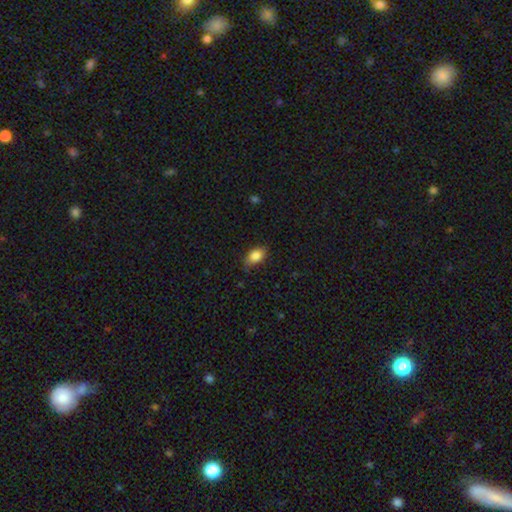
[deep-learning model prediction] This is clearly a smooth galaxy (84%). How rounded: clearly in between (87%). Merging: likely none (72%).